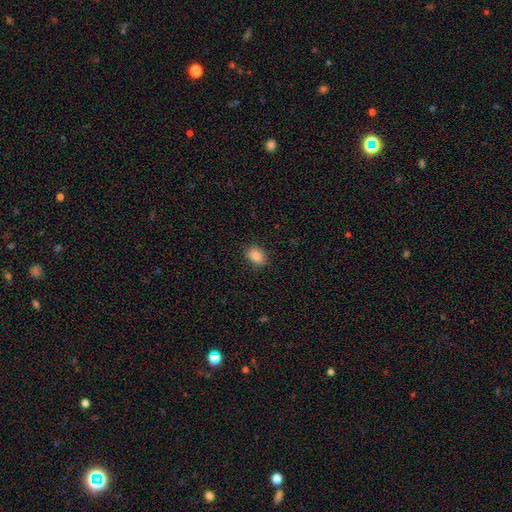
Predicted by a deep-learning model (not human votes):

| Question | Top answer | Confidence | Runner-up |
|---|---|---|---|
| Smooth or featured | smooth | 86% | star or artifact (9%) |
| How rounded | in between | 71% | round (28%) |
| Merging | none | 88% | minor disturbance (9%) |